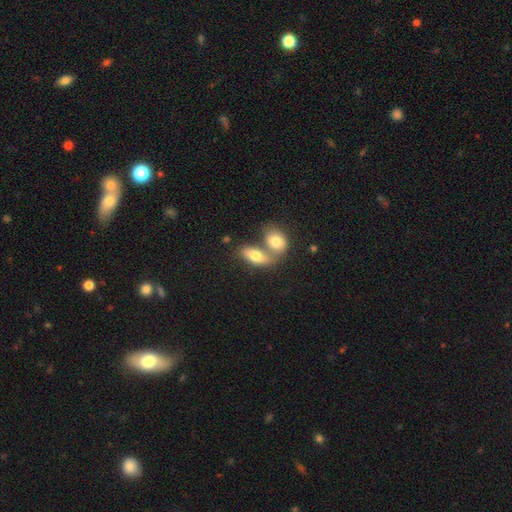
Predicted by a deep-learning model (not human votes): A smooth galaxy with no disk features (72%) that is in between round and cigar-shaped (84%).

Vote fractions:
- Smooth or featured? smooth: 72% / featured or disk: 21% / star or artifact: 7%
- How rounded? in between: 84% / cigar-shaped: 9% / round: 7%
- Merging? merger: 62% / none: 27% / minor disturbance: 8% / major disturbance: 4%